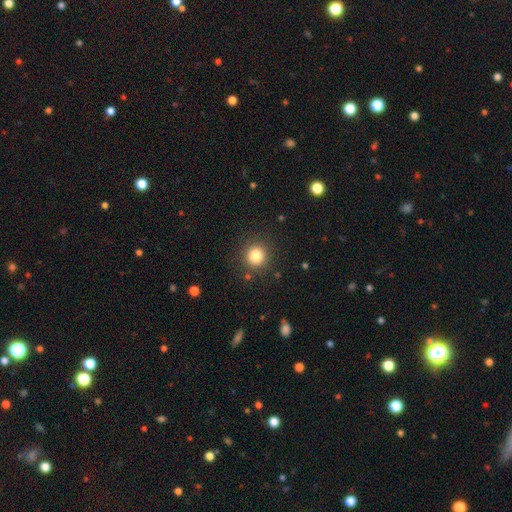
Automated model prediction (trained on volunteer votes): Morphology: type=smooth (83%); roundness=round (92%); merging=none (89%).